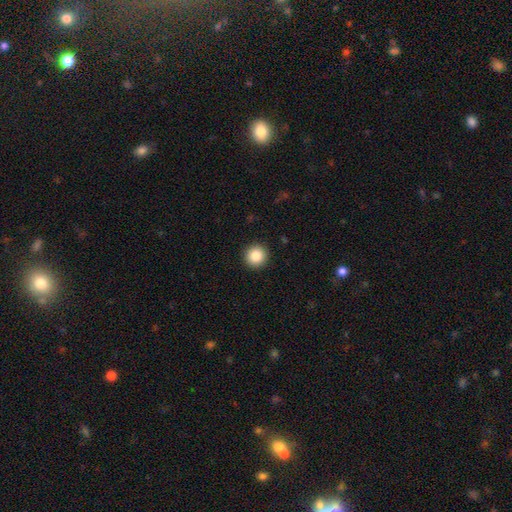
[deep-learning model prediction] smooth-or-featured: smooth: 85% | star or artifact: 9% | featured or disk: 5%
  how-rounded: round: 95% | in between: 4% | cigar-shaped: 1%
  merging: none: 93% | minor disturbance: 5% | major disturbance: 2% | merger: 1%